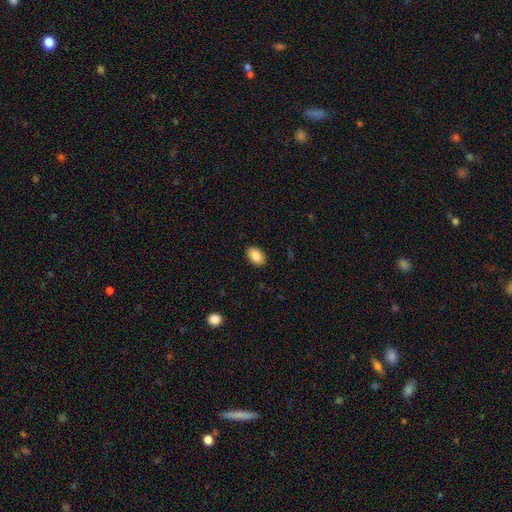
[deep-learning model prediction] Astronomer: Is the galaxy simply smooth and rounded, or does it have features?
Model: smooth — 86%.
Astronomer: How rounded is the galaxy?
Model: in between — 86%.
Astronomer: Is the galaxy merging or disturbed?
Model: none — 88%.